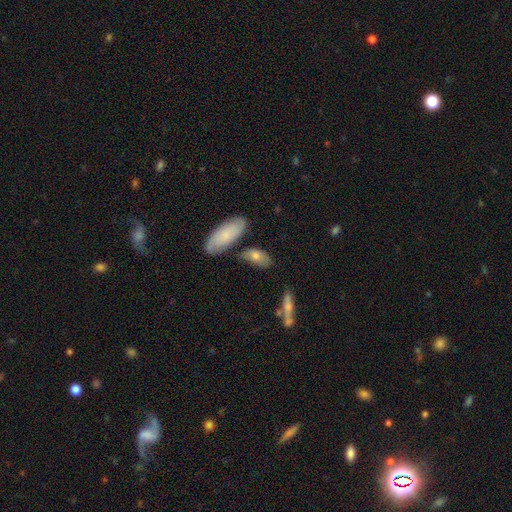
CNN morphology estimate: Q: Smooth or featured?
A: smooth (74%); runner-up: featured or disk (19%)
Q: How rounded?
A: in between (87%); runner-up: cigar-shaped (8%)
Q: Merging?
A: none (60%); runner-up: minor disturbance (21%)